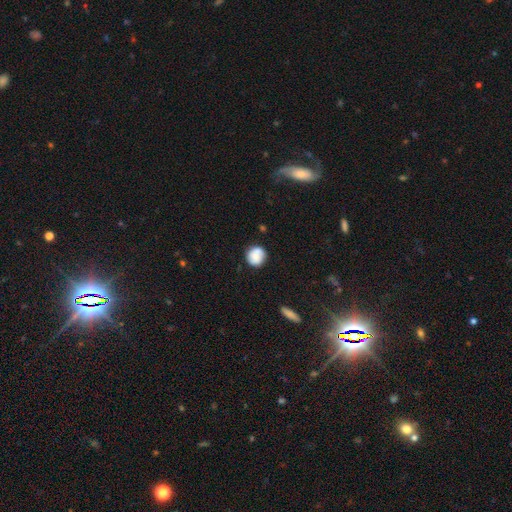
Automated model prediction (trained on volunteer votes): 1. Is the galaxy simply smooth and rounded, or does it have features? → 69% smooth, 23% featured or disk, 8% star or artifact.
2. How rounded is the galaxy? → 87% round, 12% in between, 1% cigar-shaped.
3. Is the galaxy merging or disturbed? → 70% none, 19% minor disturbance, 7% merger, 5% major disturbance.